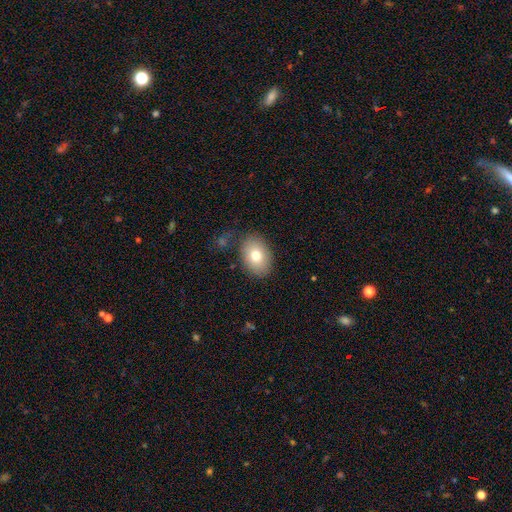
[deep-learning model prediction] smooth_or_featured: smooth (p=0.76) [alt: featured or disk p=0.15]
how_rounded: in between (p=0.75) [alt: round p=0.24]
merging: none (p=0.79) [alt: minor disturbance p=0.13]